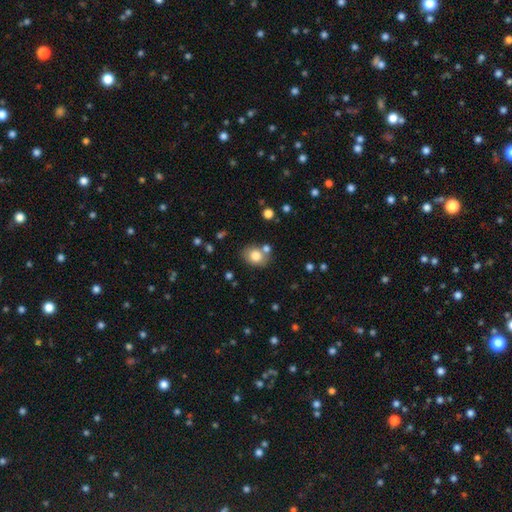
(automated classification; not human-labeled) A smooth galaxy with no disk features (79%) that is round (55%). Merging: none (69%).